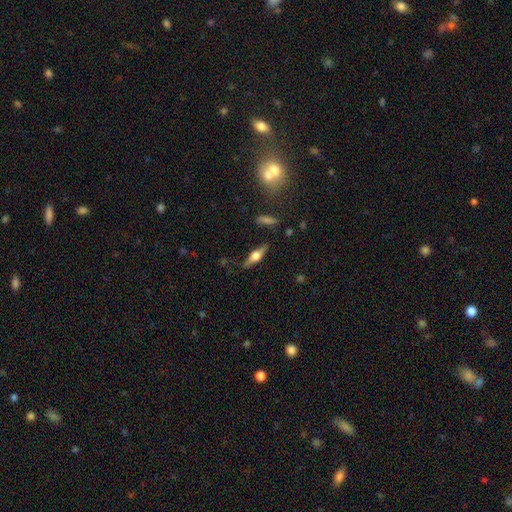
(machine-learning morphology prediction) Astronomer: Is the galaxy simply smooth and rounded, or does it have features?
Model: featured or disk — 57% (runner-up: smooth, 35%).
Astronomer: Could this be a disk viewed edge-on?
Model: yes — 94%.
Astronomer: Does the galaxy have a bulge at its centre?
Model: rounded — 90%.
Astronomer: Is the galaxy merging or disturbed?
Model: none — 82%.